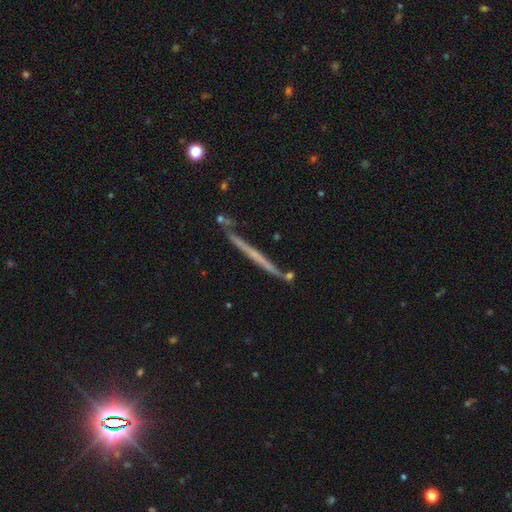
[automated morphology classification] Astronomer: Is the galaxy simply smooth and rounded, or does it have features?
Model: featured or disk — 63%.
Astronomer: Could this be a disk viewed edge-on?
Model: yes — 97%.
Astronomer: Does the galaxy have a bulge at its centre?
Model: none — 82%.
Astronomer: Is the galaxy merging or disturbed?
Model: none — 83%.